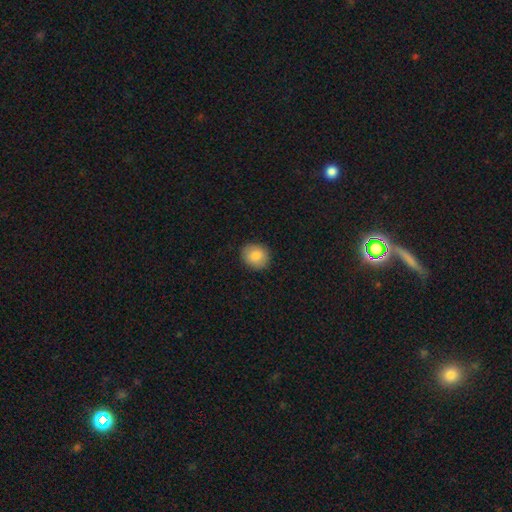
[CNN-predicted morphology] Smooth or featured? Predicted: smooth (p=0.85). How rounded? Predicted: round (p=0.76). Merging? Predicted: none (p=0.89).